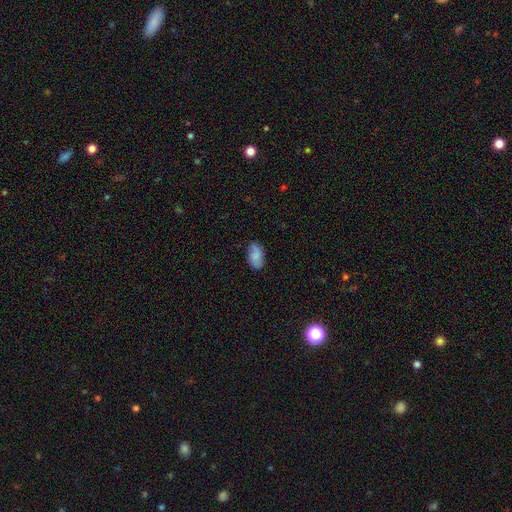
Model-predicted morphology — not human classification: type=smooth (77%); roundness=in between (92%); merging=none (75%).